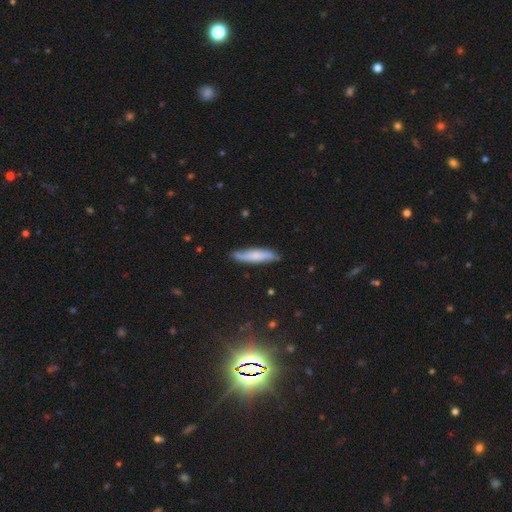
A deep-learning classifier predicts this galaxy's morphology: type=smooth (61%); roundness=cigar-shaped (81%); merging=none (80%).